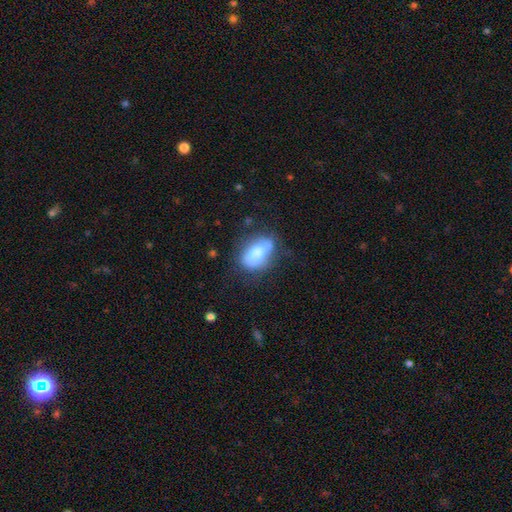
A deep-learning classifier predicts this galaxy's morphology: A smooth galaxy with no disk features (68%) that is in between round and cigar-shaped (82%). Merging: none (50%).